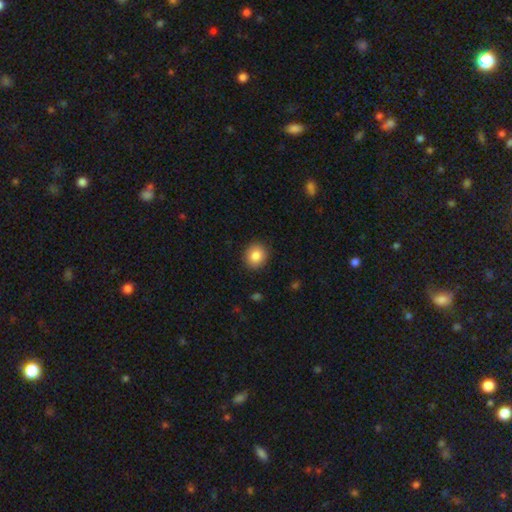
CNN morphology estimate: Q: Smooth or featured?
A: smooth (86%); runner-up: star or artifact (9%)
Q: How rounded?
A: round (79%); runner-up: in between (20%)
Q: Merging?
A: none (90%); runner-up: minor disturbance (7%)